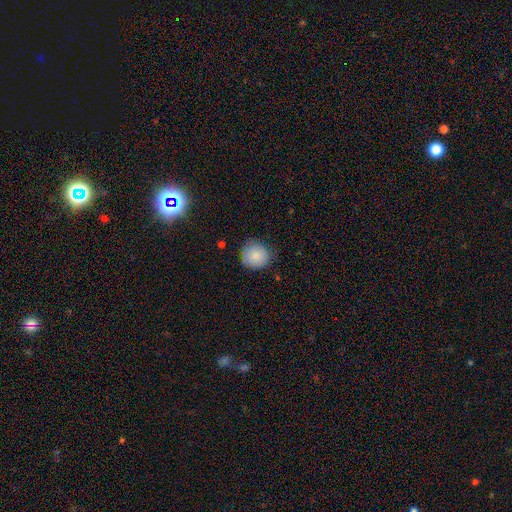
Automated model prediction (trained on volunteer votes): Smooth or featured? Predicted: smooth (p=0.87). How rounded? Predicted: round (p=0.88). Merging? Predicted: none (p=0.78).